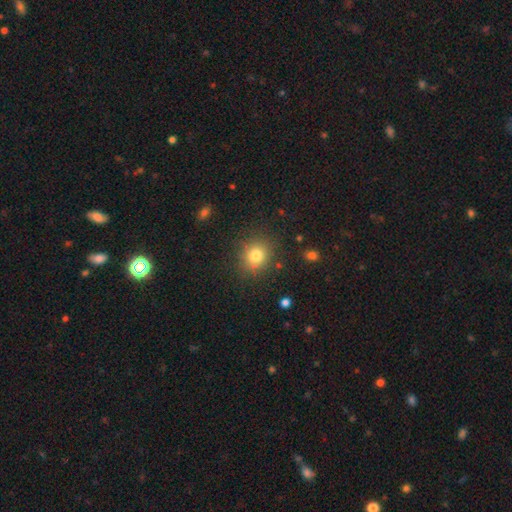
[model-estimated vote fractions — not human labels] smooth-or-featured: smooth: 78% | star or artifact: 13% | featured or disk: 8%
  how-rounded: round: 78% | in between: 21% | cigar-shaped: 1%
  merging: none: 84% | minor disturbance: 10% | major disturbance: 3% | merger: 2%